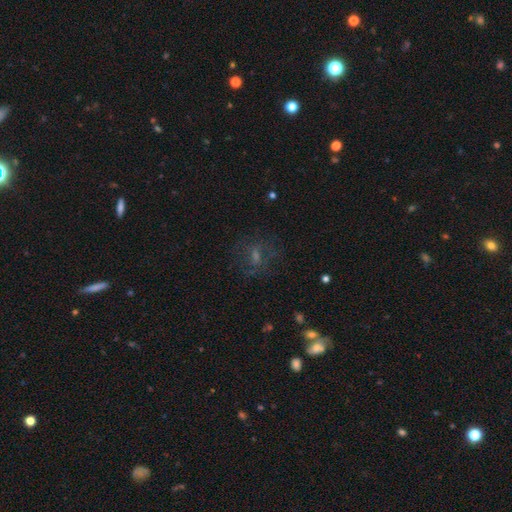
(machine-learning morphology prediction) Smooth or featured?
  - smooth: 37% *
  - featured or disk: 34%
  - star or artifact: 29%
Merging?
  - none: 68% *
  - minor disturbance: 16%
  - major disturbance: 14%
  - merger: 2%